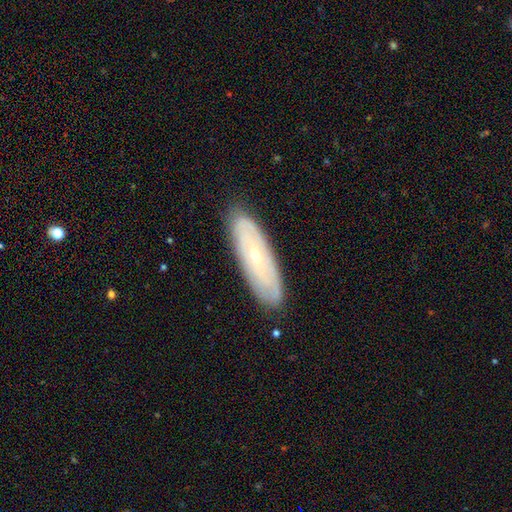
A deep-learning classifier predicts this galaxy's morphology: type=featured or disk (64%); edge-on=no (76%); merging=none (86%).